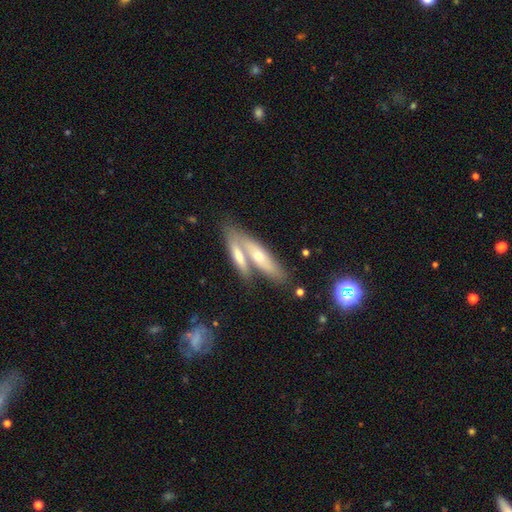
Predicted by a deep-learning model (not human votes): Smooth or featured? Predicted: featured or disk (p=0.57). Edge-on disk? Predicted: yes (p=0.64). Merging? Predicted: none (p=0.51).